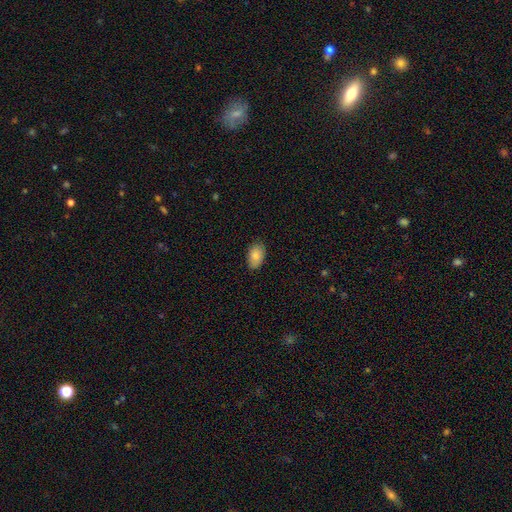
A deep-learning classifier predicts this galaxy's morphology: smooth_or_featured: smooth (p=0.85) [alt: featured or disk p=0.08]
how_rounded: in between (p=0.92) [alt: round p=0.07]
merging: none (p=0.86) [alt: minor disturbance p=0.11]